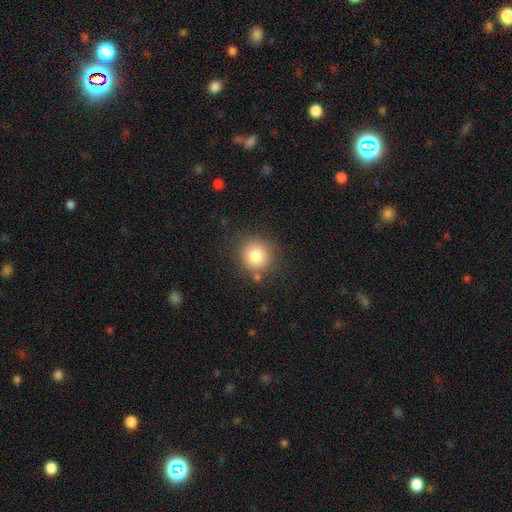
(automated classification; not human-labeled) A smooth galaxy with no disk features (82%) that is round (91%). Merging: none (80%).